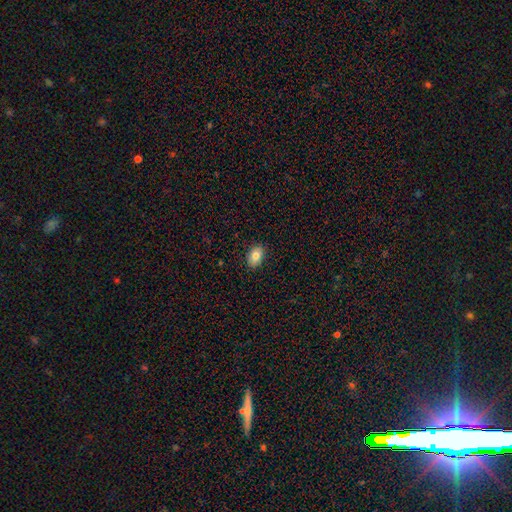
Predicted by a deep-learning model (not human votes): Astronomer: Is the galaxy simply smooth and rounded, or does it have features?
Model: smooth — 82%.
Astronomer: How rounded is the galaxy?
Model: in between — 85%.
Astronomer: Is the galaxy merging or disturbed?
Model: none — 88%.